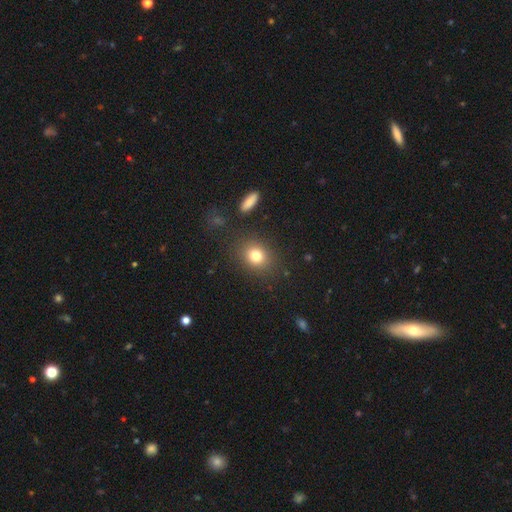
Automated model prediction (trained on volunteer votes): Smooth or featured? smooth (80%)
How rounded? round (60%)
Merging? none (85%)